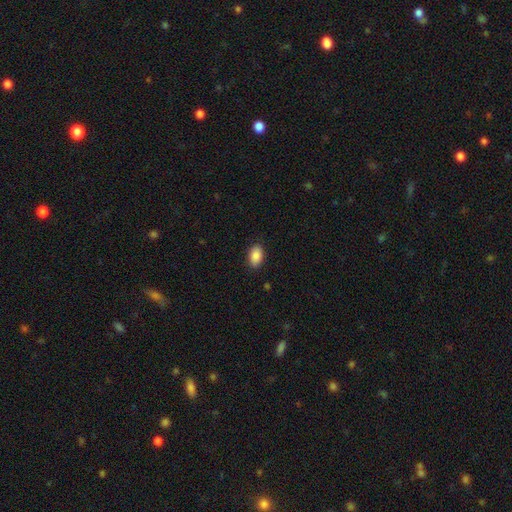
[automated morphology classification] Smooth or featured?
  - smooth: 89% *
  - star or artifact: 7%
  - featured or disk: 4%
How rounded?
  - in between: 91% *
  - round: 8%
  - cigar-shaped: 1%
Merging?
  - none: 88% *
  - minor disturbance: 9%
  - major disturbance: 2%
  - merger: 1%